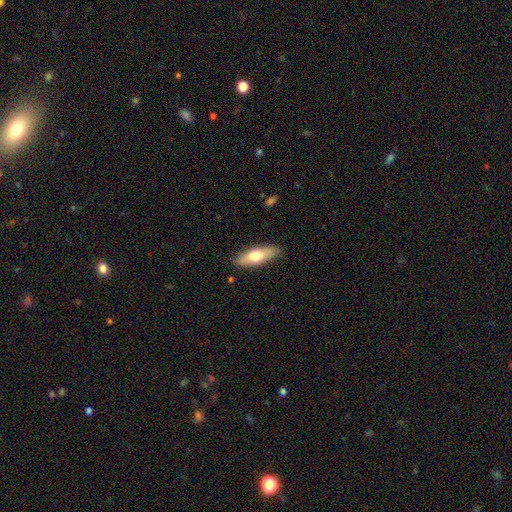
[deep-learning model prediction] A smooth galaxy with no disk features (66%) that is in between round and cigar-shaped (58%).

Vote fractions:
- Smooth or featured? smooth: 66% / featured or disk: 29% / star or artifact: 6%
- How rounded? in between: 58% / cigar-shaped: 39% / round: 2%
- Merging? none: 87% / minor disturbance: 10% / major disturbance: 2% / merger: 1%